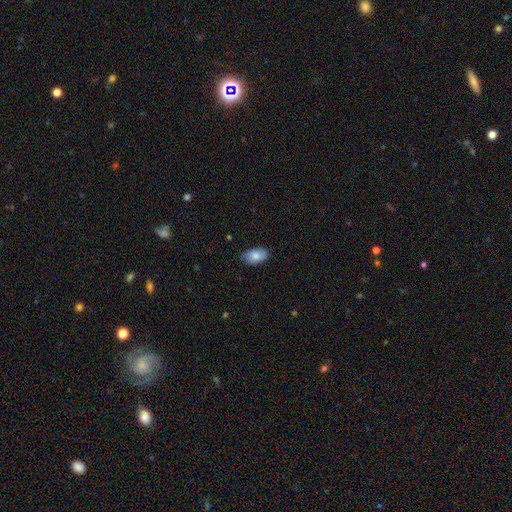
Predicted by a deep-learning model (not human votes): Smooth or featured? Predicted: smooth (p=0.81). How rounded? Predicted: in between (p=0.94). Merging? Predicted: none (p=0.81).